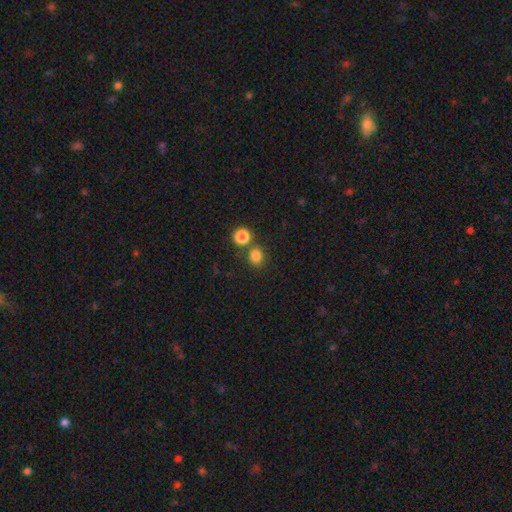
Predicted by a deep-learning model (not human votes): smooth_or_featured: smooth (p=0.81) [alt: star or artifact p=0.14]
how_rounded: round (p=0.77) [alt: in between p=0.23]
merging: none (p=0.68) [alt: merger p=0.20]